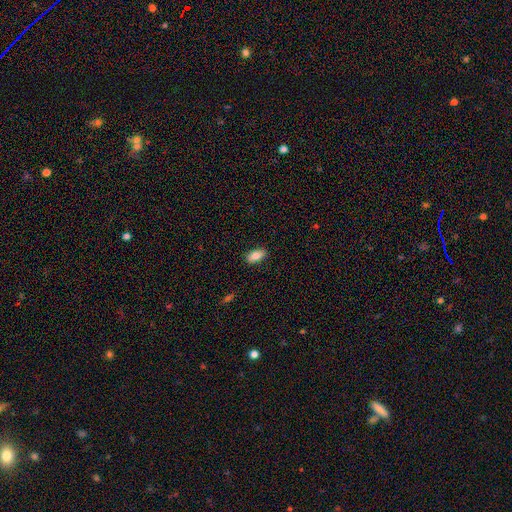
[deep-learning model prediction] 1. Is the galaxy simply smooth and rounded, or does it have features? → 82% smooth, 11% featured or disk, 7% star or artifact.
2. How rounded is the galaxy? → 88% in between, 9% cigar-shaped, 3% round.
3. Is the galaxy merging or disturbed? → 88% none, 9% minor disturbance, 2% major disturbance, 1% merger.